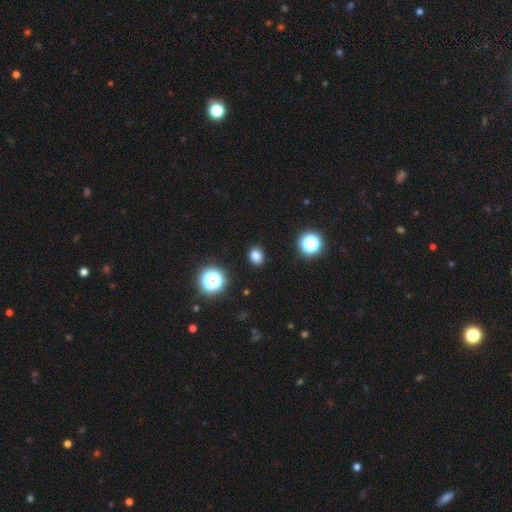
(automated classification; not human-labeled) smooth 80%, star or artifact 16%, featured or disk 5%. Down the decision tree: how rounded — round (62%); merging — none (91%).